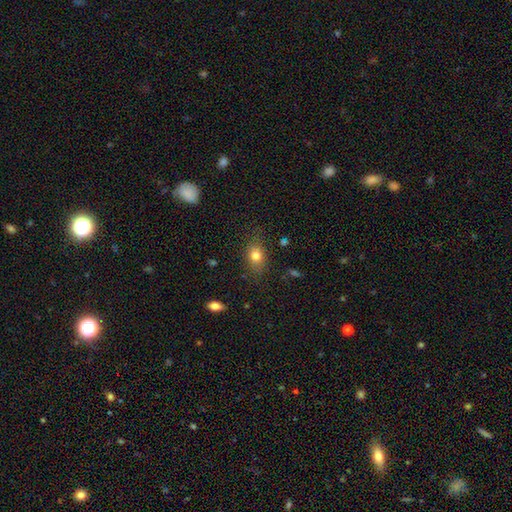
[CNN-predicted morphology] type=smooth (79%); roundness=in between (69%); merging=none (77%).